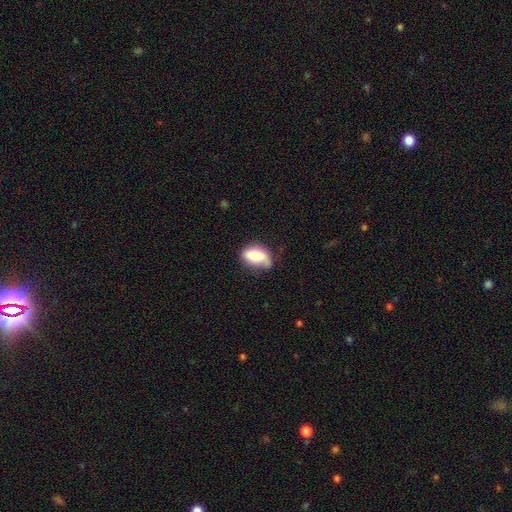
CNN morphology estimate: smooth 72%, featured or disk 21%, star or artifact 7%. Down the decision tree: how rounded — in between (86%); merging — none (49%).